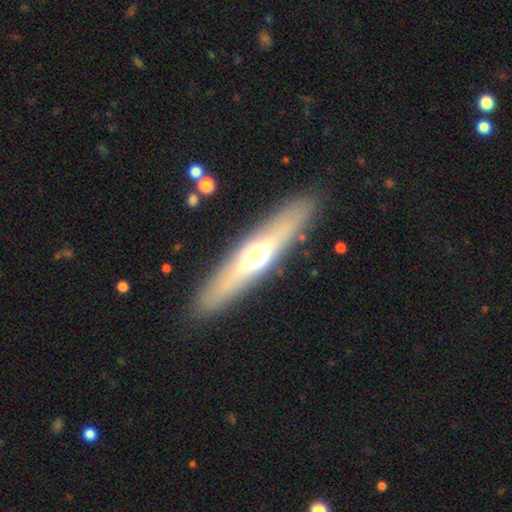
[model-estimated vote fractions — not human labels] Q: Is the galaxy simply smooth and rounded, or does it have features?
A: featured or disk — 51%.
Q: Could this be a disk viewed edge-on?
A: yes — 83%.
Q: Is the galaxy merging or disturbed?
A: none — 88%.